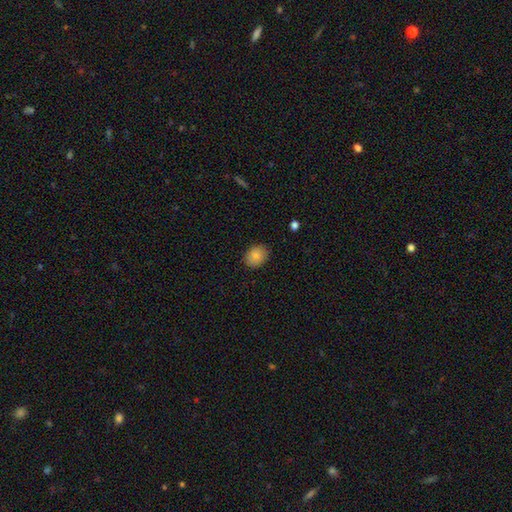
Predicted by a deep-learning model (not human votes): Smooth or featured: smooth — 85% (star or artifact — 9%)
How rounded: round — 52% (in between — 47%)
Merging: none — 86% (minor disturbance — 11%)